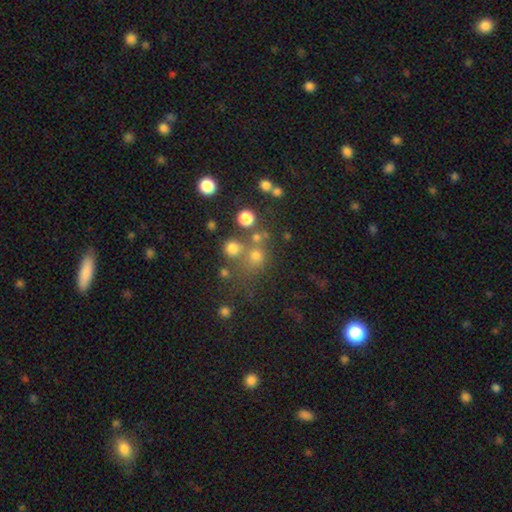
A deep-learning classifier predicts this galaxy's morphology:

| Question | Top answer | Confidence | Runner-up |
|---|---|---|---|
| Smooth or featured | smooth | 64% | star or artifact (24%) |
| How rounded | round | 86% | in between (13%) |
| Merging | none | 61% | merger (24%) |